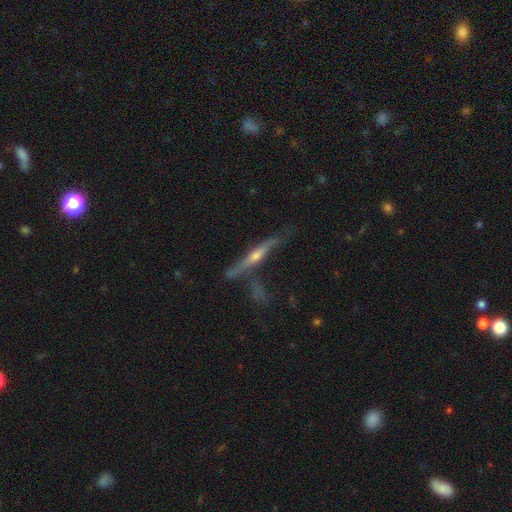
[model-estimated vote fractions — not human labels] The model was most divided on "merging": none: 71%, minor disturbance: 17%, merger: 7%, major disturbance: 5%. More confident: edge-on disk — yes (95%); edge-on bulge — rounded (88%); smooth or featured — featured or disk (78%).